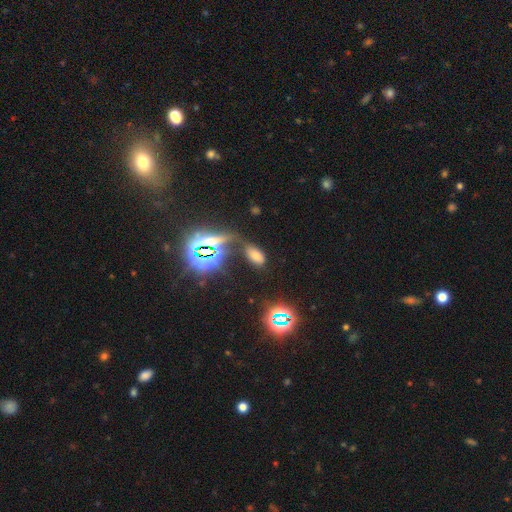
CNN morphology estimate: The model was most divided on "smooth or featured": smooth: 56%, star or artifact: 34%, featured or disk: 10%. More confident: how rounded — in between (91%); merging — none (63%).